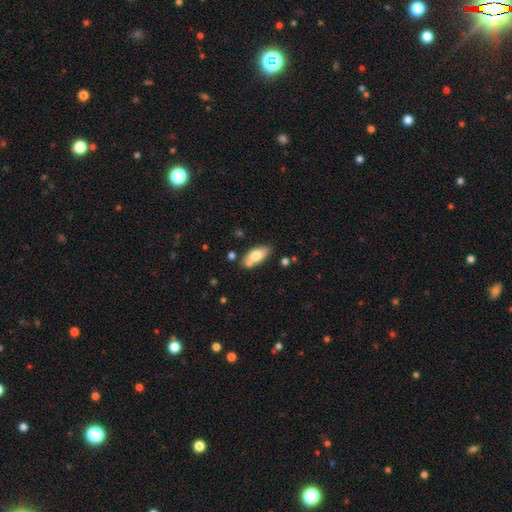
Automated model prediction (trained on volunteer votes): Morphology: type=smooth (71%); roundness=in between (86%); merging=none (68%).